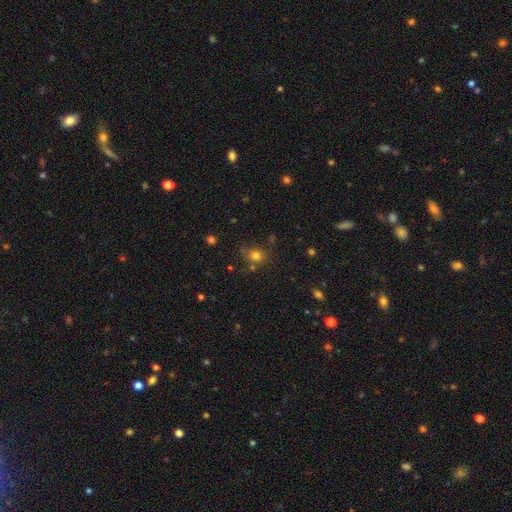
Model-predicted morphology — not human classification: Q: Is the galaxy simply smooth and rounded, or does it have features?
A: smooth — 77%.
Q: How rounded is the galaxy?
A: round — 74%.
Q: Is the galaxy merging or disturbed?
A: none — 67%.